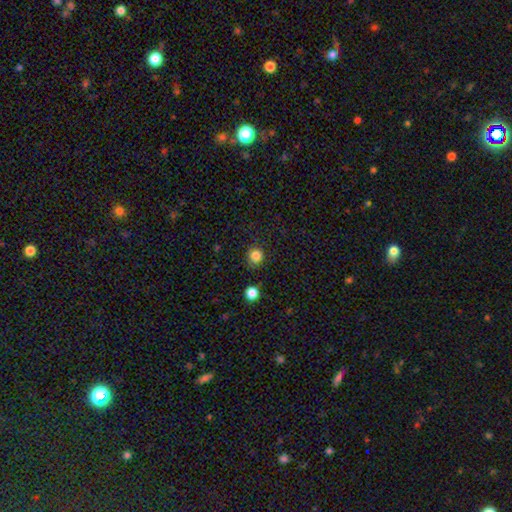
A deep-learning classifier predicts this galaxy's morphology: Q: Smooth or featured?
A: smooth (84%); runner-up: star or artifact (12%)
Q: How rounded?
A: round (90%); runner-up: in between (9%)
Q: Merging?
A: none (83%); runner-up: minor disturbance (11%)